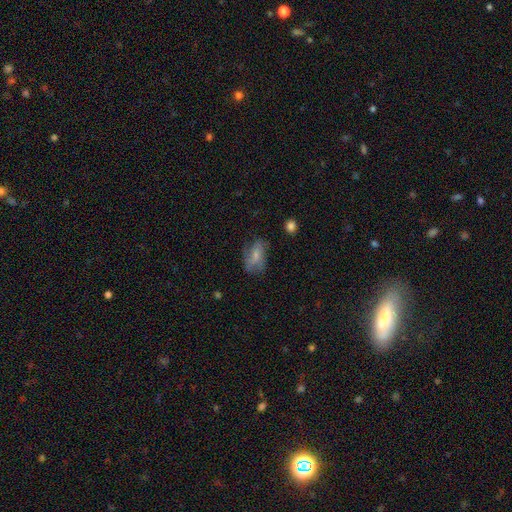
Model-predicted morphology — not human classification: The model was most divided on "merging": none: 51%, minor disturbance: 29%, major disturbance: 17%, merger: 2%. More confident: how rounded — in between (87%); smooth or featured — smooth (57%).